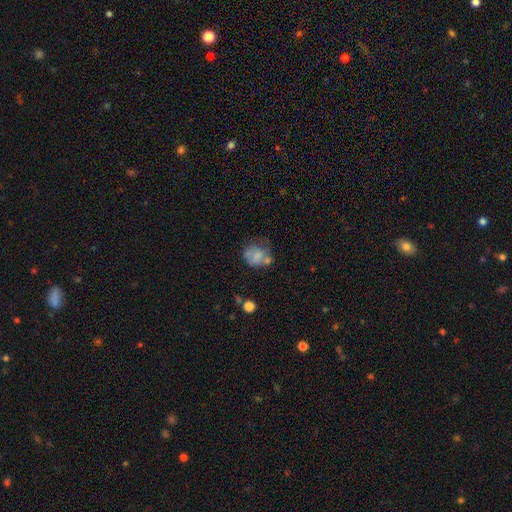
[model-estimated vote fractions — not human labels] The model was most divided on "merging": none: 40%, minor disturbance: 26%, major disturbance: 18%, merger: 15%. More confident: how rounded — round (69%); smooth or featured — smooth (67%).